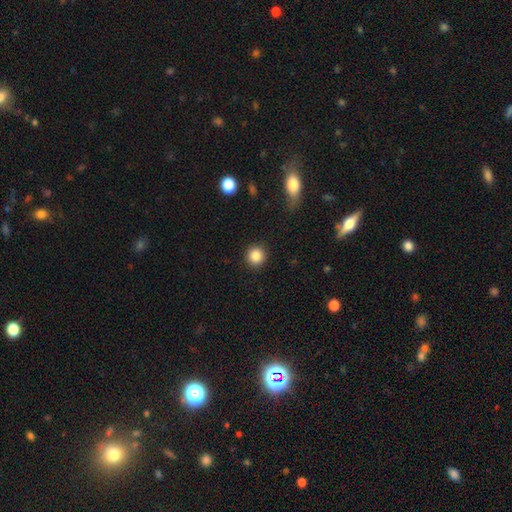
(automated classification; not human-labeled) Overall: smooth (87%). How rounded: round (93%). Merging: none (91%).